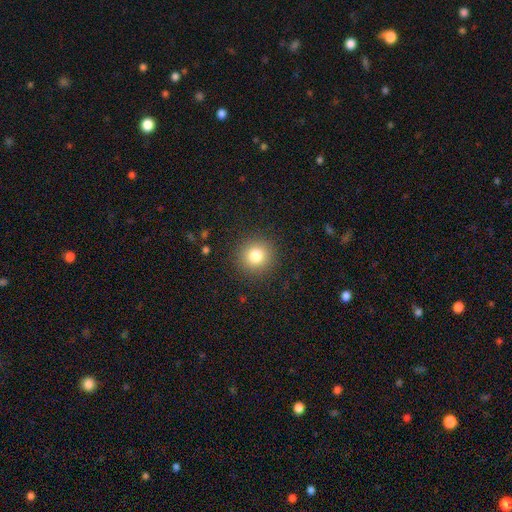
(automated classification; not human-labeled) This appears to be a smooth galaxy with no disk features (81%) that is round (93%). Merging: none (90%).